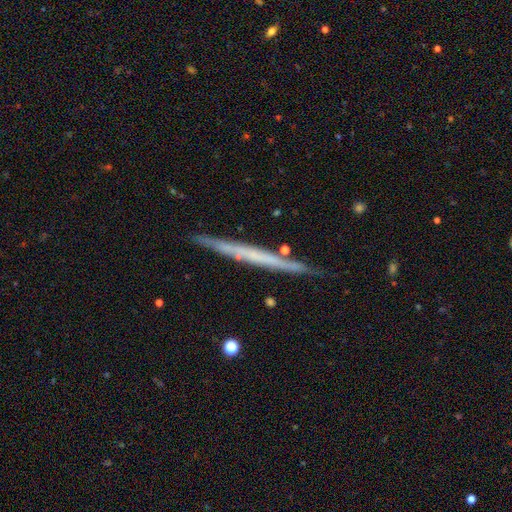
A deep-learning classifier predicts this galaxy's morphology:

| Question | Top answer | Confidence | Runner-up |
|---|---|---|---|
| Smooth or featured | featured or disk | 63% | smooth (31%) |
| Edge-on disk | yes | 96% | no (4%) |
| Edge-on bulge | none | 87% | rounded (8%) |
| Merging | none | 85% | minor disturbance (11%) |